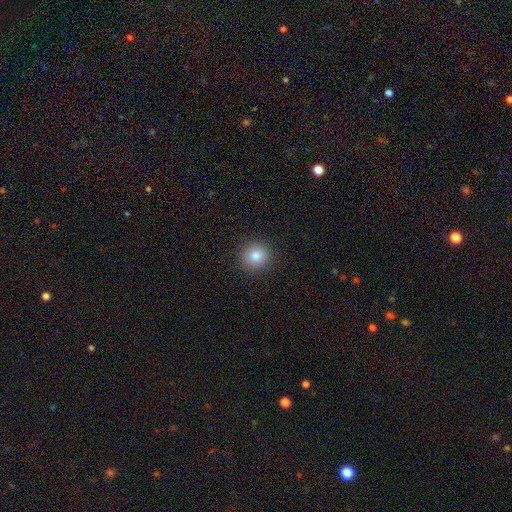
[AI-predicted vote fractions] Smooth or featured?
  - smooth: 82% *
  - star or artifact: 11%
  - featured or disk: 7%
How rounded?
  - round: 91% *
  - in between: 8%
  - cigar-shaped: 1%
Merging?
  - none: 91% *
  - minor disturbance: 6%
  - major disturbance: 2%
  - merger: 1%